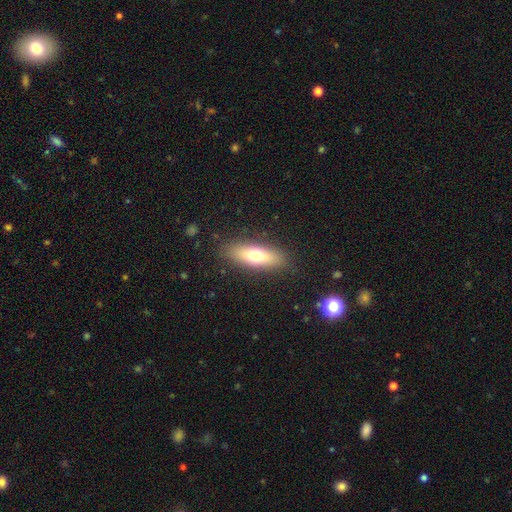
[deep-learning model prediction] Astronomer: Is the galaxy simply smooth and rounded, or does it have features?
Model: smooth — 65%.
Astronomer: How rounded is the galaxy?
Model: in between — 54% (runner-up: cigar-shaped, 43%).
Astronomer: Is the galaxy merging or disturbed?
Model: none — 87%.